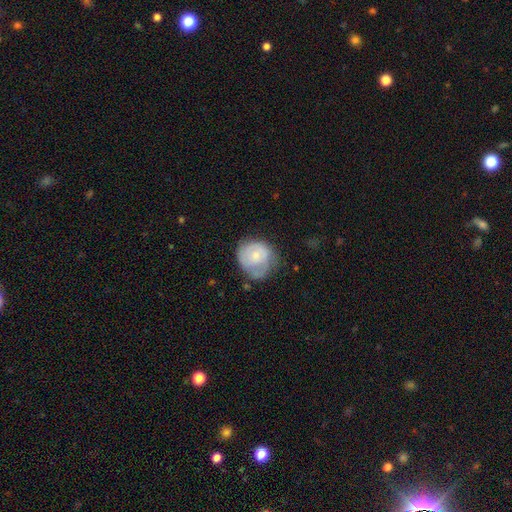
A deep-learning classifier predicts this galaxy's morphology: A smooth galaxy with no disk features (49%).

Vote fractions:
- Smooth or featured? smooth: 49% / featured or disk: 44% / star or artifact: 7%
- Merging? none: 45% / minor disturbance: 34% / major disturbance: 18% / merger: 3%